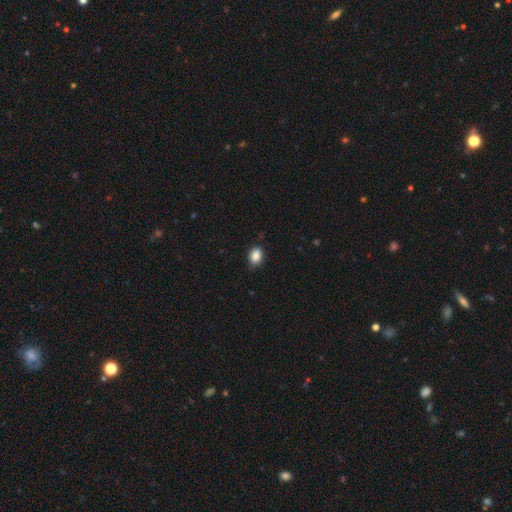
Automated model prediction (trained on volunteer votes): A smooth galaxy with no disk features (88%) that is in between round and cigar-shaped (77%). Merging: none (81%).